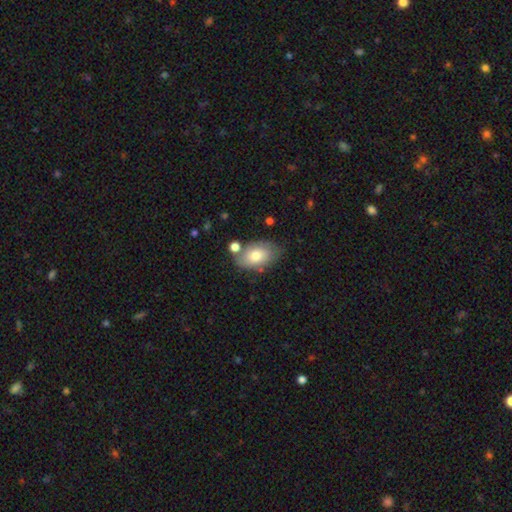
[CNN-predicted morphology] A smooth galaxy with no disk features (73%) that is in between round and cigar-shaped (91%).

Vote fractions:
- Smooth or featured? smooth: 73% / featured or disk: 20% / star or artifact: 7%
- How rounded? in between: 91% / round: 7% / cigar-shaped: 2%
- Merging? none: 66% / minor disturbance: 19% / merger: 10% / major disturbance: 5%